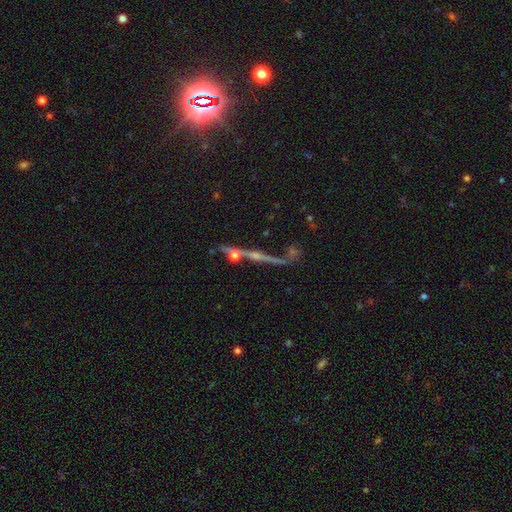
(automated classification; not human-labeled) Overall: star or artifact (46%; featured or disk 33%).